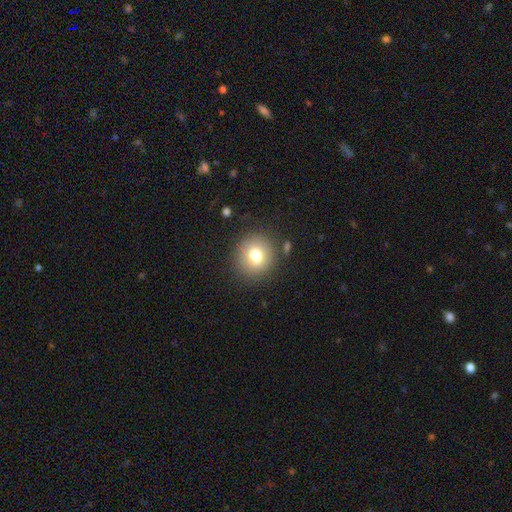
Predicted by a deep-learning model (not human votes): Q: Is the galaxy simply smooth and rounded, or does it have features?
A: smooth — 75%.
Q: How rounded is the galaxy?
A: round — 90%.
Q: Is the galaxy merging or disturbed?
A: none — 85%.